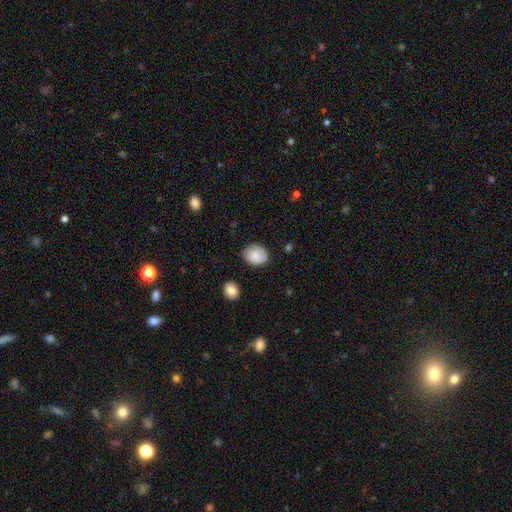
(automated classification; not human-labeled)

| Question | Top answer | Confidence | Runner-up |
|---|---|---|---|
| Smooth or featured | smooth | 80% | featured or disk (13%) |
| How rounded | in between | 52% | round (47%) |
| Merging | none | 77% | minor disturbance (17%) |